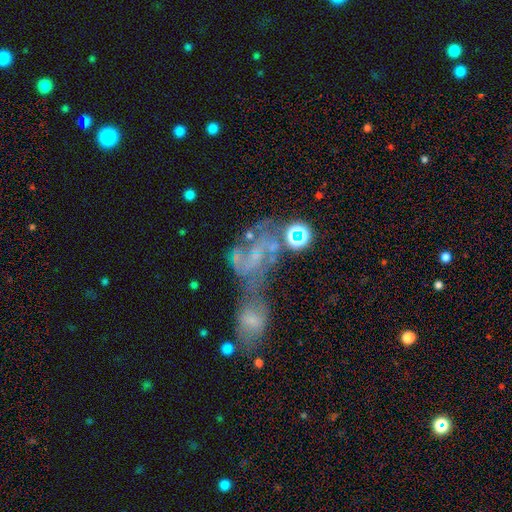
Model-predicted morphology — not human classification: Smooth or featured: featured or disk — 61% (star or artifact — 20%)
Edge-on disk: no — 96% (yes — 4%)
Bar: no — 63% (weak — 26%)
Spiral arms: yes — 62% (no — 38%)
Bulge size: small — 44% (none — 39%)
Merging: merger — 60% (major disturbance — 17%)